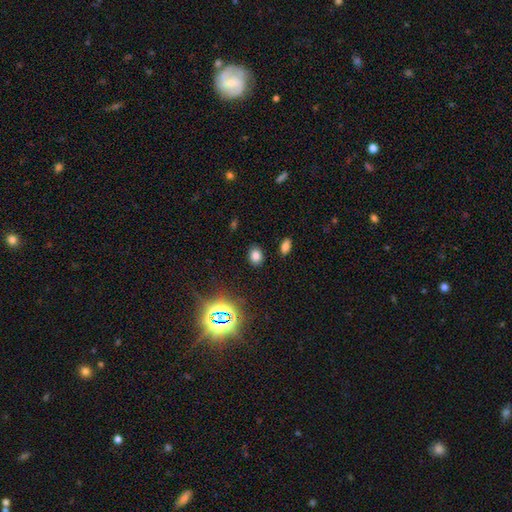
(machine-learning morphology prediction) Overall: smooth (75%). How rounded: in between (62%; round 36%). Merging: none (87%).